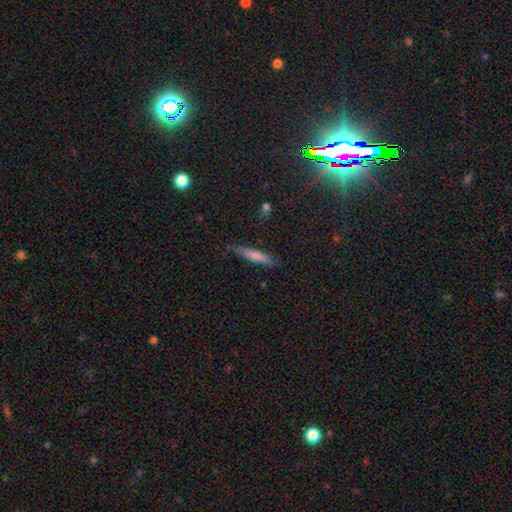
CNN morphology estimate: The model was most divided on "smooth or featured": smooth: 75%, featured or disk: 19%, star or artifact: 6%. More confident: how rounded — cigar-shaped (87%); merging — none (83%).